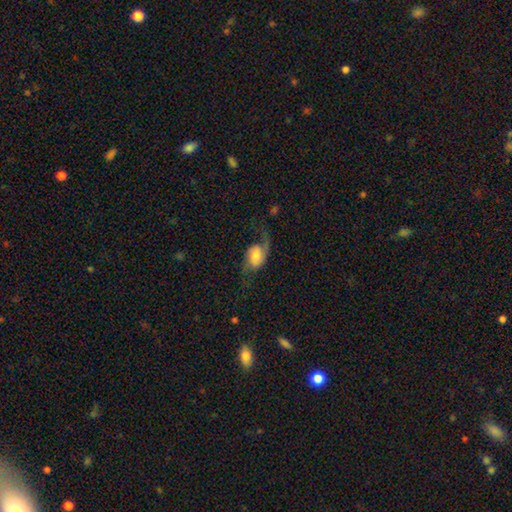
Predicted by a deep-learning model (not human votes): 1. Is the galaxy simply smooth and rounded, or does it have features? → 62% featured or disk, 30% smooth, 8% star or artifact.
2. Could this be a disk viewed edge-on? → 96% no, 4% yes.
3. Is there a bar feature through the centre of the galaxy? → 59% no, 32% weak, 9% strong.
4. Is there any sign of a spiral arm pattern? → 92% yes, 8% no.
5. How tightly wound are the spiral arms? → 72% loose, 22% medium, 6% tight.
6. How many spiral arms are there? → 79% 2, 16% 1, 3% can't tell, 1% 3, 1% 4, 1% more than 4.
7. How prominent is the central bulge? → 37% moderate, 24% large, 23% small, 9% dominant, 7% none.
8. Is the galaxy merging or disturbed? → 50% none, 27% major disturbance, 21% minor disturbance, 2% merger.